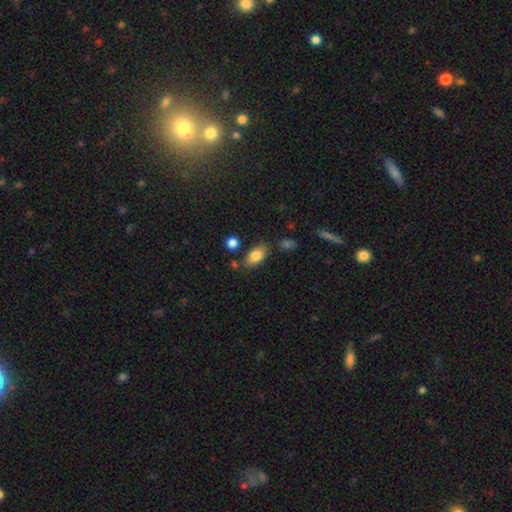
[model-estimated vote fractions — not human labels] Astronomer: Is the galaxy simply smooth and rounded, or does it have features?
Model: smooth — 82%.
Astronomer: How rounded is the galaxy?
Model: in between — 90%.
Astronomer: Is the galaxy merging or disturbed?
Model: none — 78%.